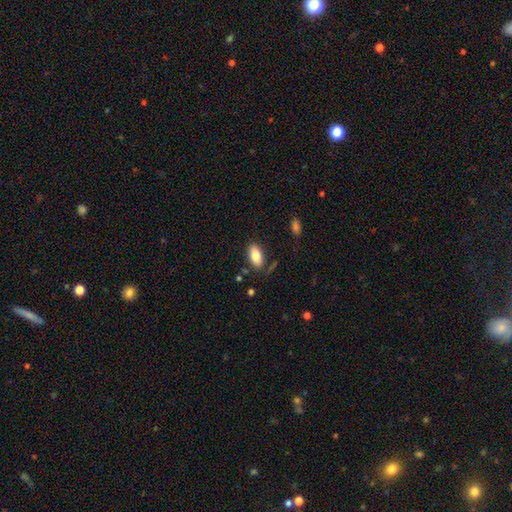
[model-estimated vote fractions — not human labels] Q: Smooth or featured?
A: smooth (82%); runner-up: featured or disk (11%)
Q: How rounded?
A: in between (93%); runner-up: cigar-shaped (4%)
Q: Merging?
A: none (80%); runner-up: minor disturbance (13%)